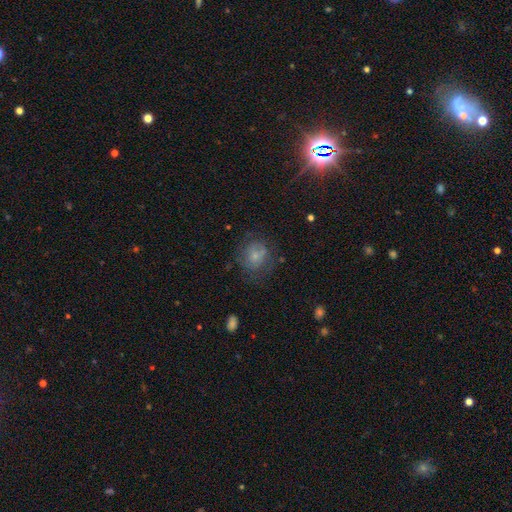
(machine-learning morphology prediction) A smooth galaxy with no disk features (62%) that is round (78%).

Vote fractions:
- Smooth or featured? smooth: 62% / featured or disk: 28% / star or artifact: 11%
- How rounded? round: 78% / in between: 21% / cigar-shaped: 1%
- Merging? none: 59% / minor disturbance: 22% / major disturbance: 16% / merger: 3%